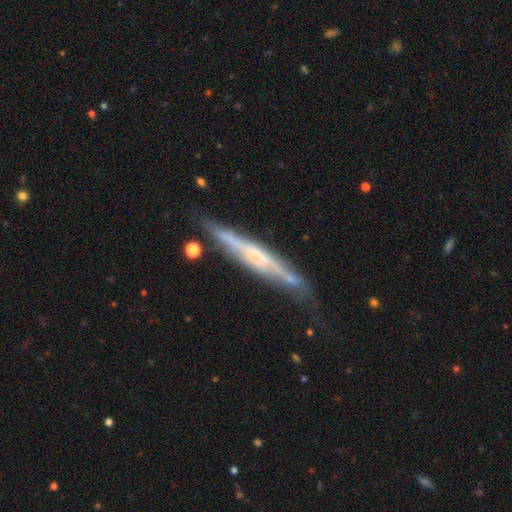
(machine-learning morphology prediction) Overall: featured or disk (74%). Edge-on disk: yes (94%). Edge-on bulge: none (41%; rounded 35%). Merging: none (76%).